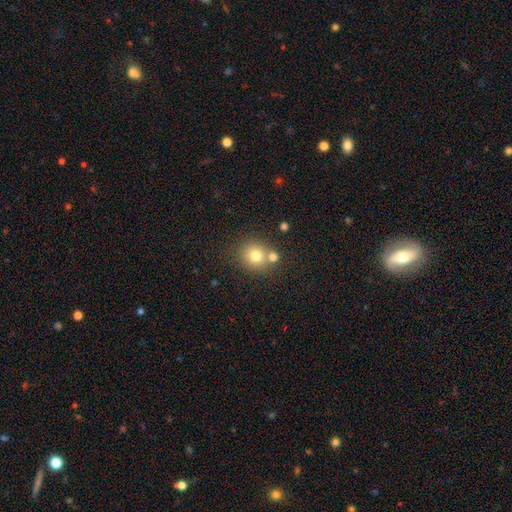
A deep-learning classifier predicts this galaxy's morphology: A smooth galaxy with no disk features (75%) that is round (84%). Merging: none (64%).